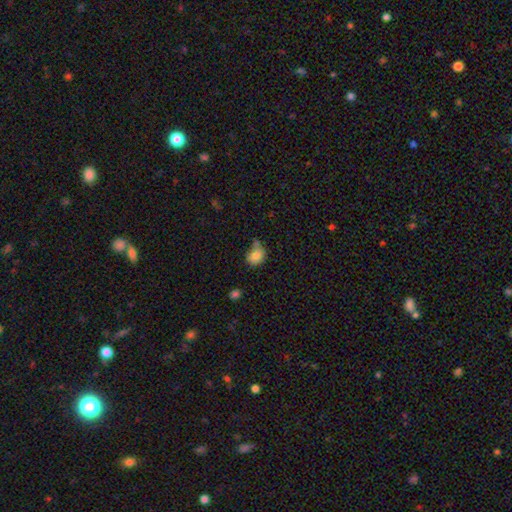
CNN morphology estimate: smooth 81%, star or artifact 10%, featured or disk 9%. Down the decision tree: how rounded — round (55%); merging — none (54%).